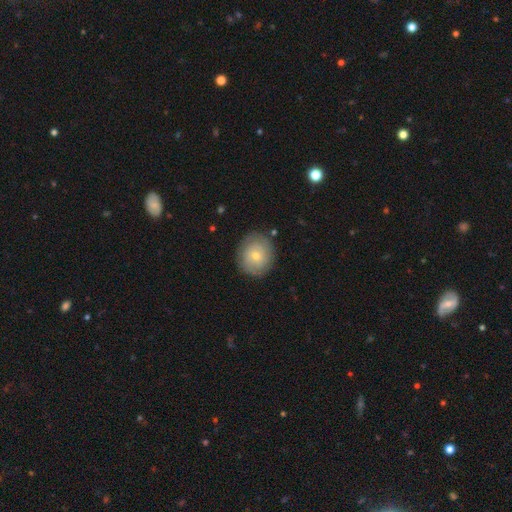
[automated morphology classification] Smooth or featured?
  - featured or disk: 48% *
  - smooth: 44%
  - star or artifact: 8%
Merging?
  - none: 83% *
  - minor disturbance: 12%
  - major disturbance: 3%
  - merger: 1%